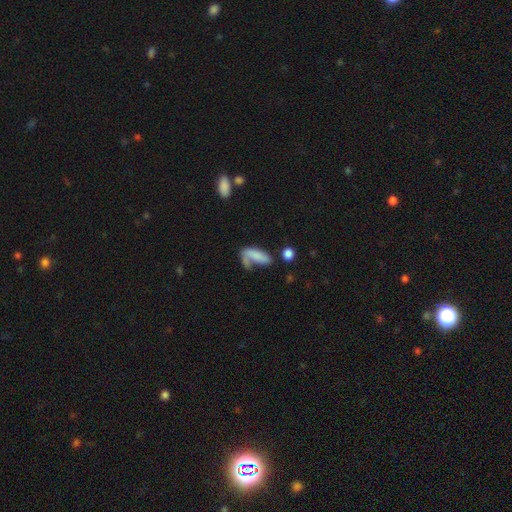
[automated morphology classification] smooth_or_featured: smooth (p=0.68) [alt: featured or disk p=0.23]
how_rounded: in between (p=0.72) [alt: cigar-shaped p=0.24]
merging: none (p=0.33) [alt: major disturbance p=0.29]